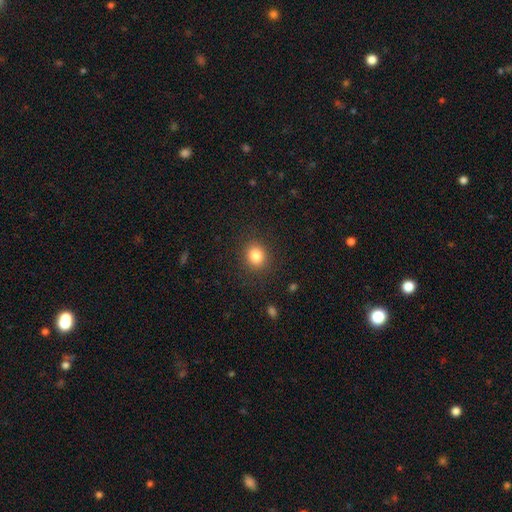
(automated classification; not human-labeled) Smooth or featured? smooth (84%)
How rounded? round (75%)
Merging? none (88%)